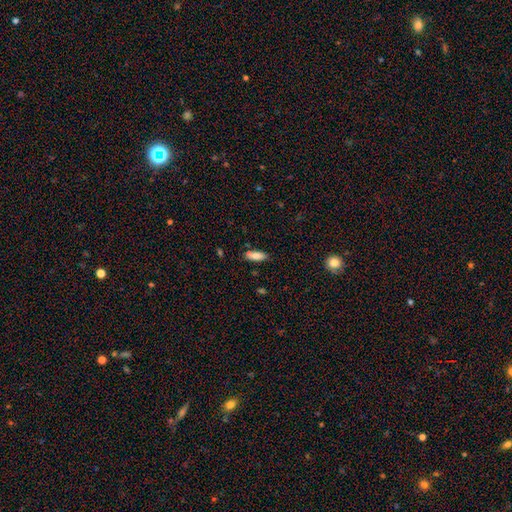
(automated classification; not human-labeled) smooth_or_featured: smooth (p=0.83) [alt: featured or disk p=0.10]
how_rounded: in between (p=0.71) [alt: cigar-shaped p=0.27]
merging: none (p=0.82) [alt: minor disturbance p=0.13]